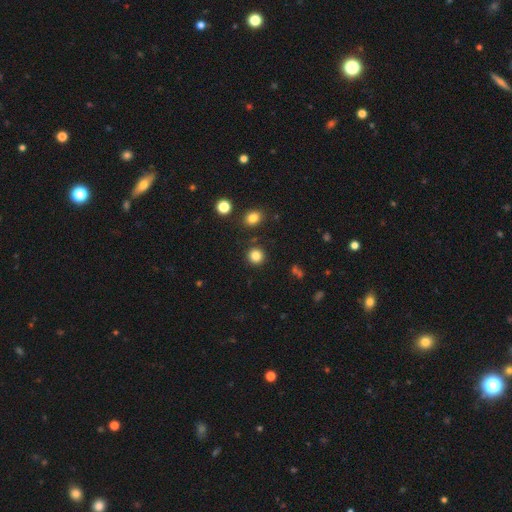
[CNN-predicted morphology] This is clearly a smooth galaxy (84%). How rounded: clearly round (92%). Merging: clearly none (89%).